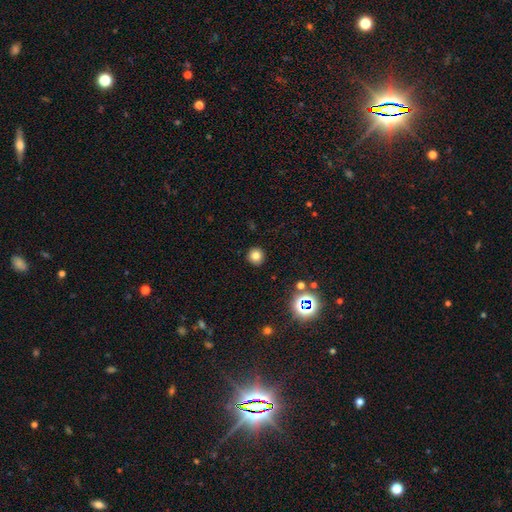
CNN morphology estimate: smooth-or-featured: smooth: 78% | star or artifact: 15% | featured or disk: 7%
  how-rounded: round: 93% | in between: 6% | cigar-shaped: 1%
  merging: none: 91% | minor disturbance: 5% | major disturbance: 2% | merger: 1%